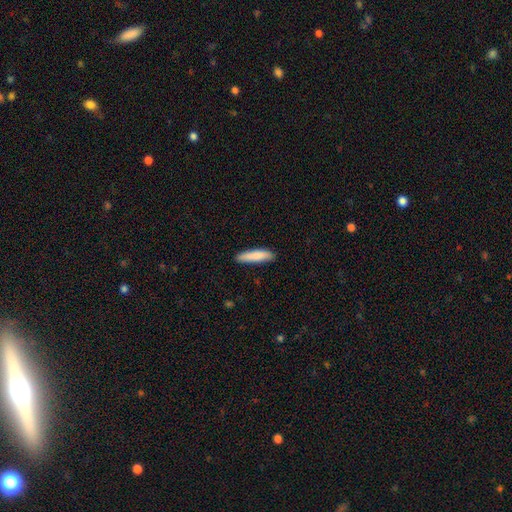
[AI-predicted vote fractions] The model was most divided on "how rounded": cigar-shaped: 79%, in between: 20%, round: 1%. More confident: merging — none (87%); smooth or featured — smooth (83%).